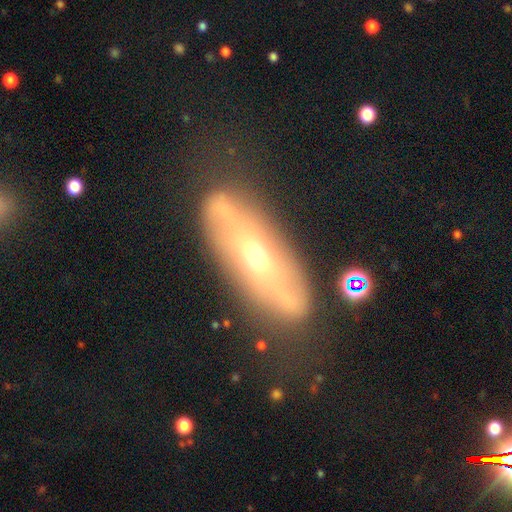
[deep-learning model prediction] This is likely a featured or disk galaxy (67%). It is likely not viewed edge-on (75%). Bar: possibly no (58%). Spiral arm pattern: possibly yes (59%). Central bulge: likely moderate (69%). Merging: likely none (73%).